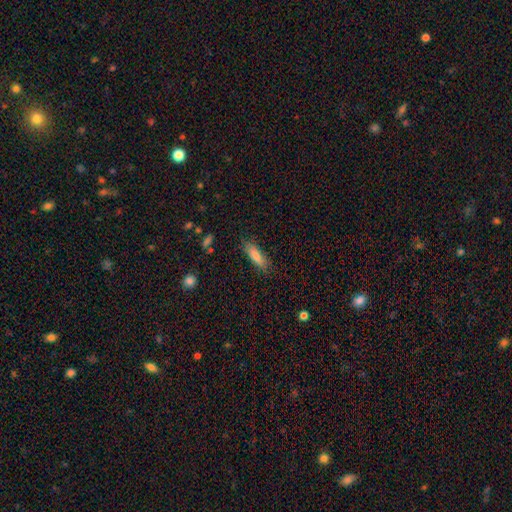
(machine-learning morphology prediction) smooth-or-featured: smooth: 79% | featured or disk: 13% | star or artifact: 8%
  how-rounded: cigar-shaped: 54% | in between: 44% | round: 2%
  merging: none: 83% | minor disturbance: 13% | major disturbance: 3% | merger: 1%